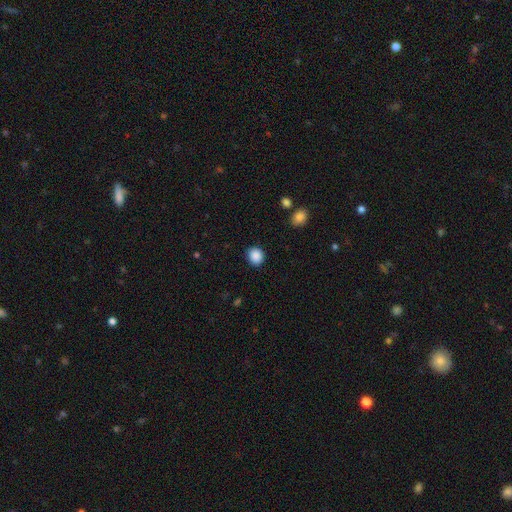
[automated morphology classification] Smooth or featured: smooth — 89% (star or artifact — 9%)
How rounded: round — 76% (in between — 23%)
Merging: none — 88% (minor disturbance — 8%)